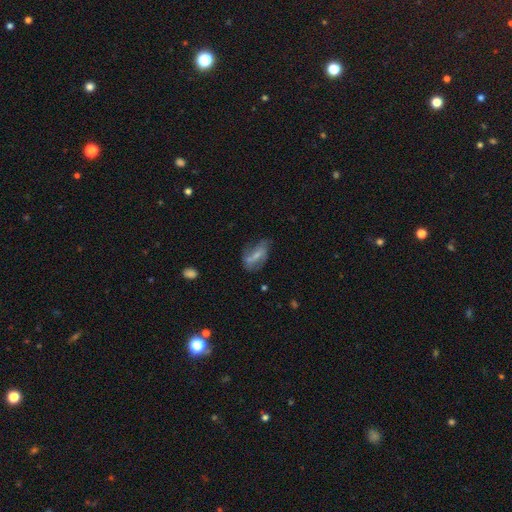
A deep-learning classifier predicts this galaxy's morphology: Smooth or featured?
  - featured or disk: 50% *
  - smooth: 41%
  - star or artifact: 9%
Merging?
  - none: 45% *
  - minor disturbance: 29%
  - major disturbance: 19%
  - merger: 7%